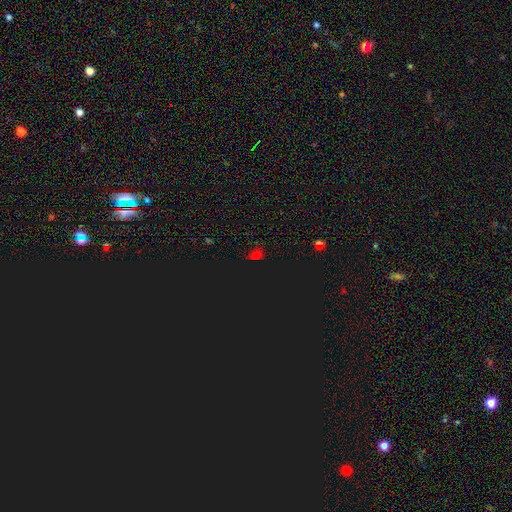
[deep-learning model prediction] smooth_or_featured: star or artifact (p=0.63) [alt: smooth p=0.30]